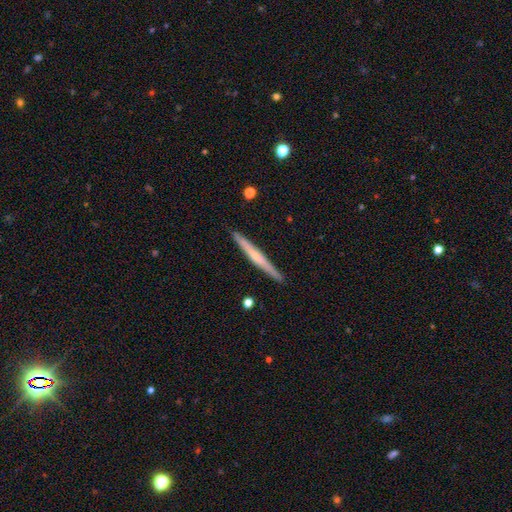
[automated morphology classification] smooth-or-featured: featured or disk: 53% | smooth: 41% | star or artifact: 6%
  disk-edge-on: yes: 97% | no: 3%
    edge-on-bulge: none: 54% | rounded: 38% | boxy: 7%
  merging: none: 91% | minor disturbance: 6% | major disturbance: 1% | merger: 1%